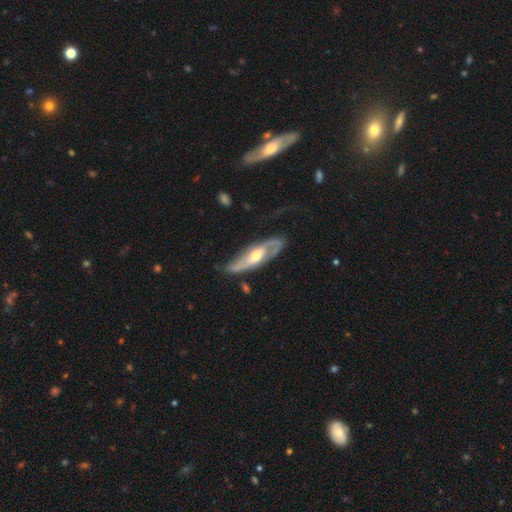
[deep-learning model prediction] A featured or disk galaxy (79%) with no bar (41%), 2 (81%) medium (42%) spiral arms (90%) and a moderate central bulge (69%). Merging: none (62%).